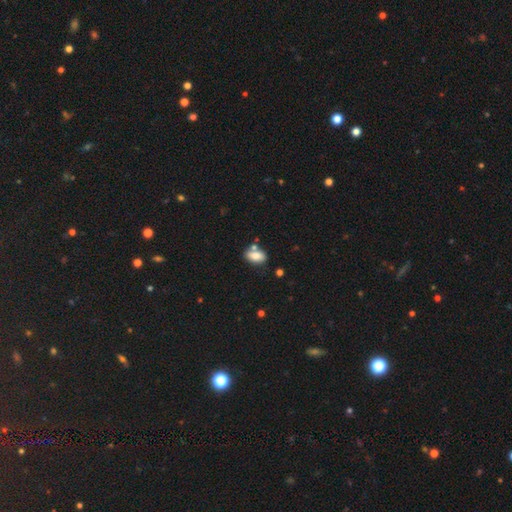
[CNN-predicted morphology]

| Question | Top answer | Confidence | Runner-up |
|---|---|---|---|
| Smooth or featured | smooth | 79% | featured or disk (13%) |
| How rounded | in between | 89% | round (7%) |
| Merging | none | 61% | merger (18%) |